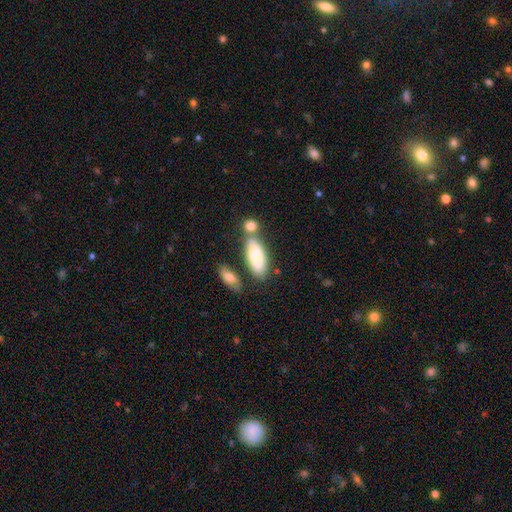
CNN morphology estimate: Q: Smooth or featured?
A: smooth (80%); runner-up: featured or disk (14%)
Q: How rounded?
A: in between (79%); runner-up: cigar-shaped (18%)
Q: Merging?
A: none (53%); runner-up: merger (26%)